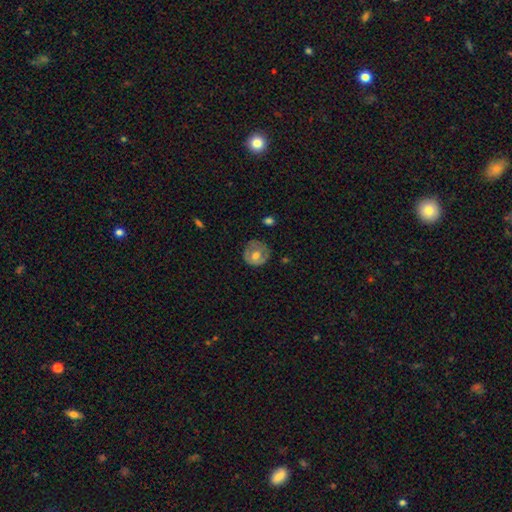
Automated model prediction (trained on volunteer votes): Smooth or featured? Predicted: smooth (p=0.55). How rounded? Predicted: round (p=0.85). Merging? Predicted: none (p=0.68).